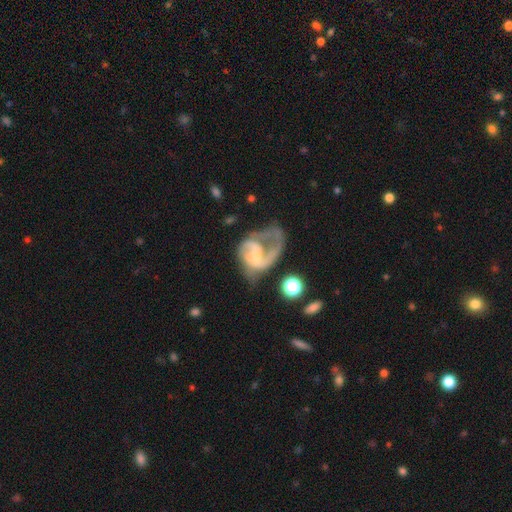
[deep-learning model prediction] Smooth or featured? Predicted: featured or disk (p=0.77). Edge-on disk? Predicted: no (p=0.98). Bar? Predicted: no (p=0.63). Spiral arms? Predicted: yes (p=0.84). Spiral winding? Predicted: loose (p=0.42). Spiral arm count? Predicted: 1 (p=0.45). Bulge size? Predicted: small (p=0.50). Merging? Predicted: major disturbance (p=0.53).